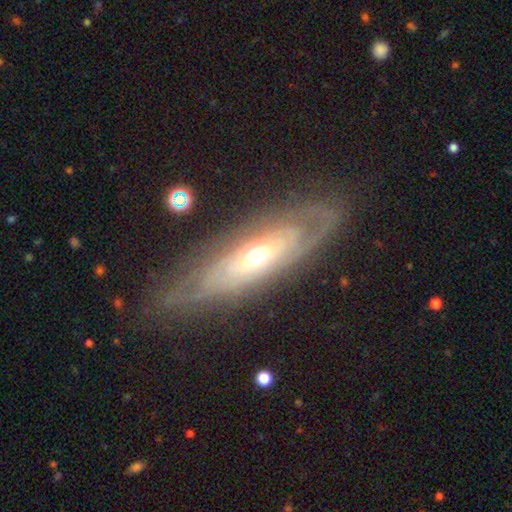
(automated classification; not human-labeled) The model was most divided on "spiral arms": yes: 58%, no: 42%. More confident: bar — no (80%); smooth or featured — featured or disk (78%); edge-on disk — no (73%); merging — none (72%); bulge size — moderate (69%).